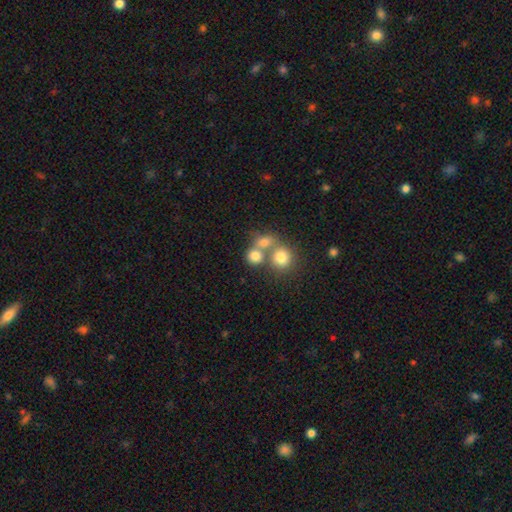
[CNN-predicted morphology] type=smooth (76%); roundness=round (79%); merging=none (45%).